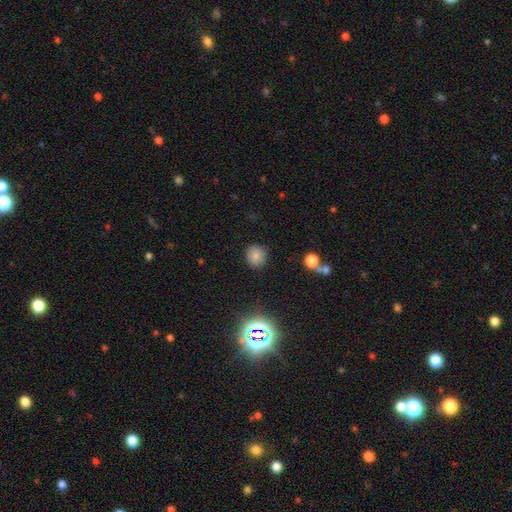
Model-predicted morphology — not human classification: This is likely a smooth galaxy (76%). How rounded: clearly round (87%). Merging: clearly none (87%).